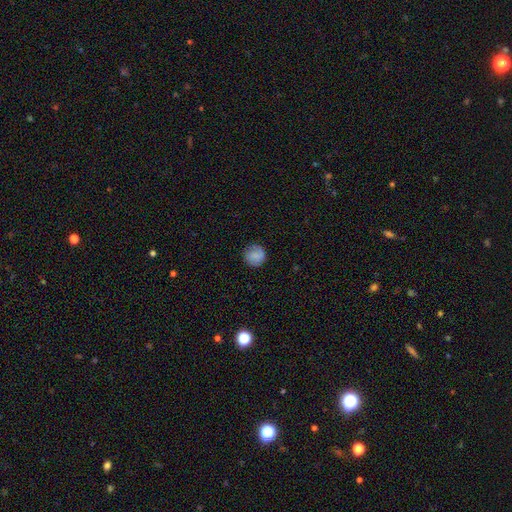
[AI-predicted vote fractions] Smooth or featured? Predicted: smooth (p=0.72). How rounded? Predicted: round (p=0.91). Merging? Predicted: none (p=0.80).